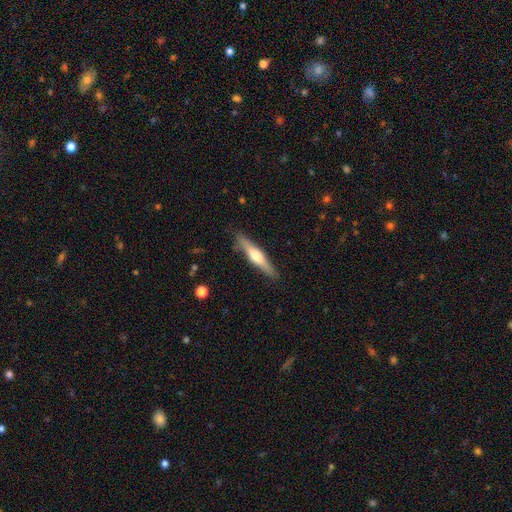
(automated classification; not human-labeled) Smooth or featured? featured or disk (56%)
Edge-on disk? yes (96%)
Edge-on bulge? rounded (85%)
Merging? none (87%)